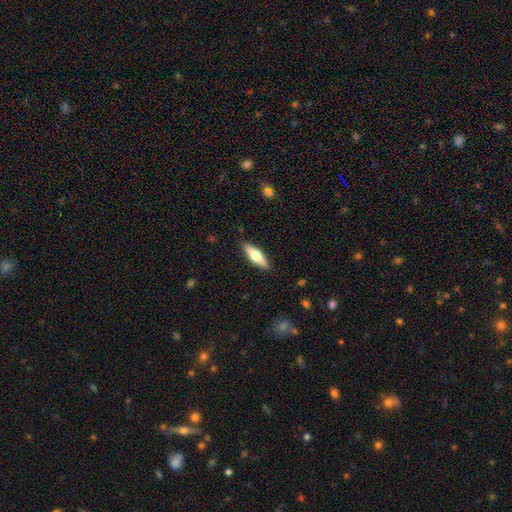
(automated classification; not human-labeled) A smooth galaxy with no disk features (54%) that is cigar-shaped (55%).

Vote fractions:
- Smooth or featured? smooth: 54% / featured or disk: 40% / star or artifact: 6%
- How rounded? cigar-shaped: 55% / in between: 43% / round: 2%
- Merging? none: 89% / minor disturbance: 8% / major disturbance: 2% / merger: 1%